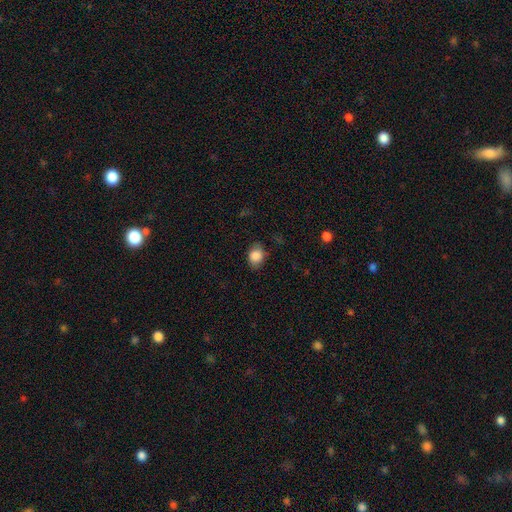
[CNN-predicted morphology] This appears to be a smooth galaxy with no disk features (86%) that is in between round and cigar-shaped (50%). Merging: none (73%).